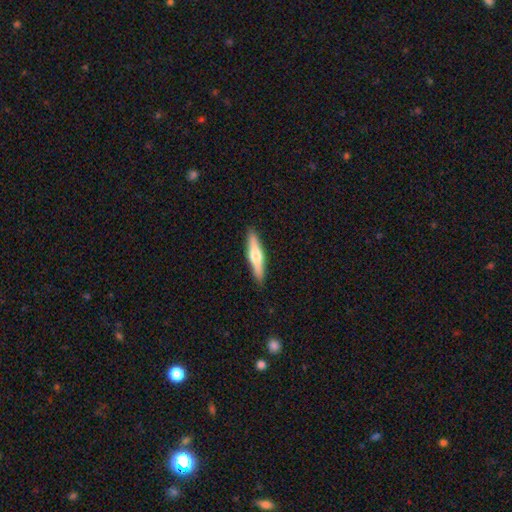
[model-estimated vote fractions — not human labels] Q: Smooth or featured?
A: featured or disk (54%); runner-up: smooth (41%)
Q: Edge-on disk?
A: yes (96%); runner-up: no (4%)
Q: Edge-on bulge?
A: rounded (92%); runner-up: boxy (4%)
Q: Merging?
A: none (91%); runner-up: minor disturbance (6%)